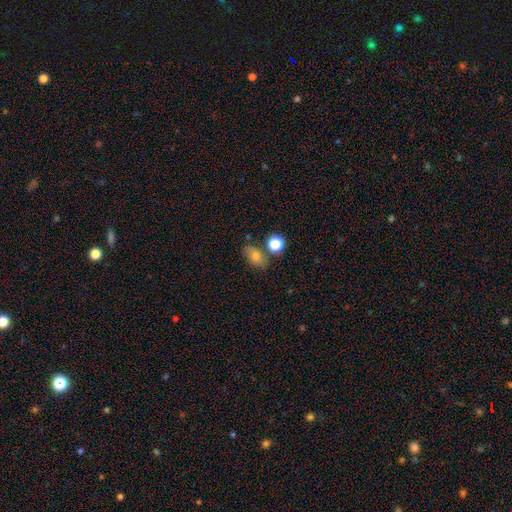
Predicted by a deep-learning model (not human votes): smooth 72%, featured or disk 15%, star or artifact 13%. Down the decision tree: how rounded — in between (73%); merging — none (63%).